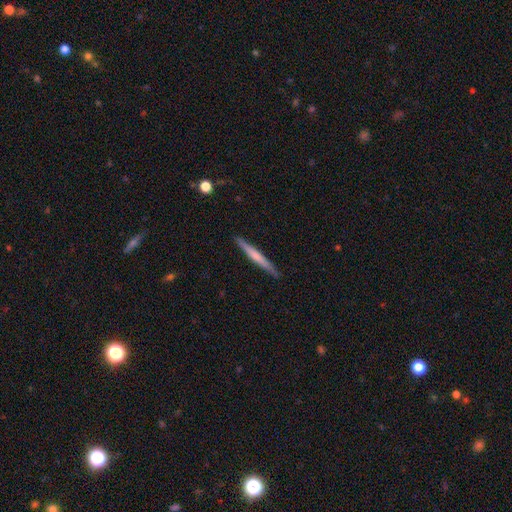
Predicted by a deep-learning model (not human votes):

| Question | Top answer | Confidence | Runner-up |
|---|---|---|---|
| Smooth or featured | smooth | 52% | featured or disk (43%) |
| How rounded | cigar-shaped | 97% | in between (2%) |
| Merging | none | 90% | minor disturbance (8%) |